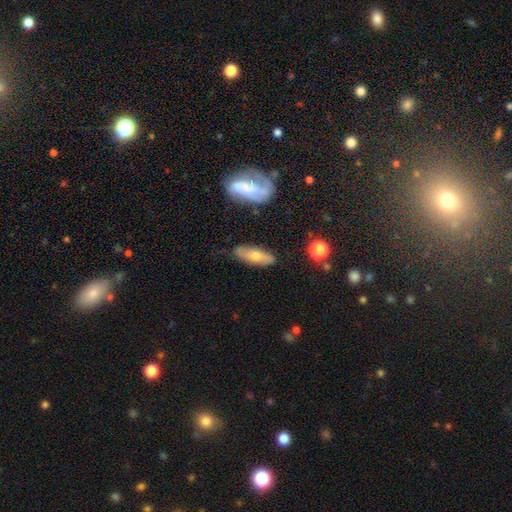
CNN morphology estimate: This is possibly a smooth galaxy (48%). Merging: clearly none (81%).